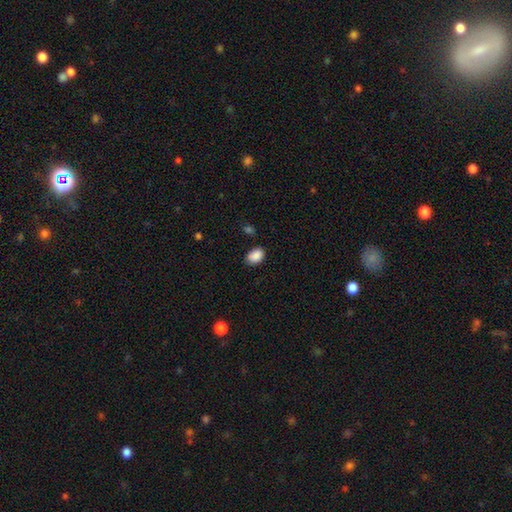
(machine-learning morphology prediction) Smooth or featured? Predicted: smooth (p=0.88). How rounded? Predicted: in between (p=0.85). Merging? Predicted: none (p=0.70).